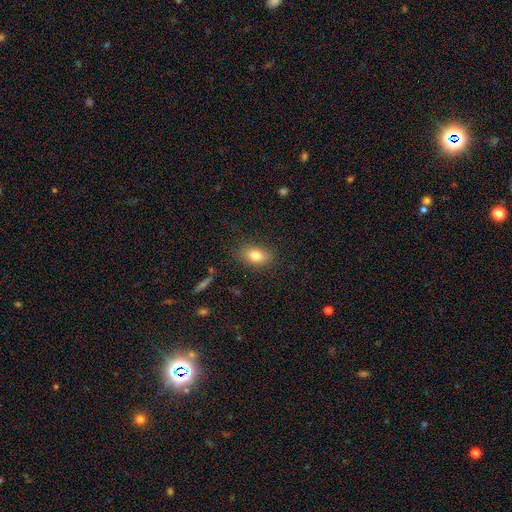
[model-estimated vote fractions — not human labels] This appears to be a smooth galaxy with no disk features (80%) that is in between round and cigar-shaped (83%). Merging: none (84%).